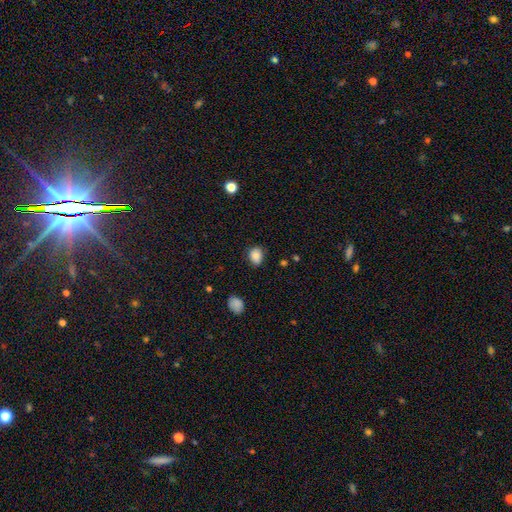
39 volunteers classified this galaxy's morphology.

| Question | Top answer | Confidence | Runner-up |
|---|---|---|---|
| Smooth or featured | smooth | 92% | star or artifact (5%) |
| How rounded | in between | 58% | round (42%) |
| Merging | none | 81% | minor disturbance (19%) |